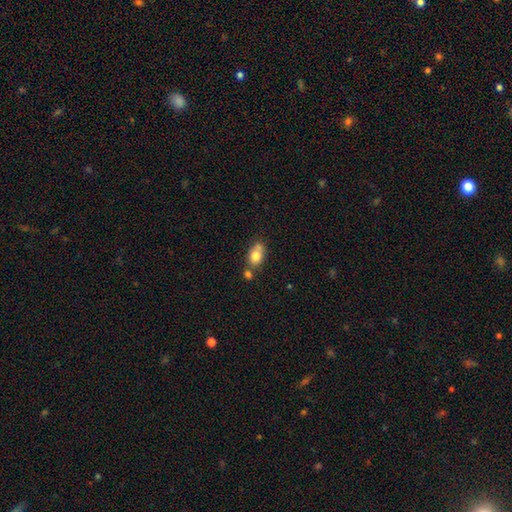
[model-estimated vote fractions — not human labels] Smooth or featured?
  - smooth: 77% *
  - featured or disk: 14%
  - star or artifact: 9%
How rounded?
  - in between: 70% *
  - round: 27%
  - cigar-shaped: 3%
Merging?
  - none: 44% *
  - merger: 35%
  - minor disturbance: 16%
  - major disturbance: 5%